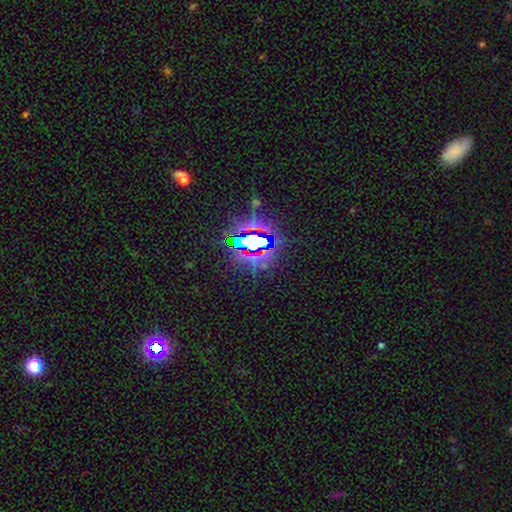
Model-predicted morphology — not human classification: smooth_or_featured: star or artifact (p=0.83) [alt: smooth p=0.09]